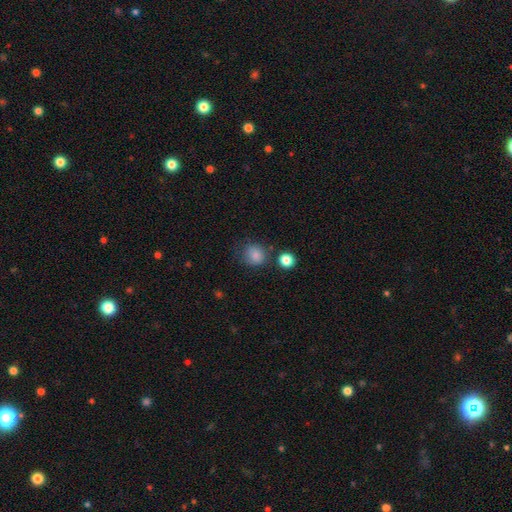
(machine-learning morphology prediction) Smooth or featured: smooth — 82% (star or artifact — 12%)
How rounded: round — 82% (in between — 17%)
Merging: none — 69% (minor disturbance — 18%)